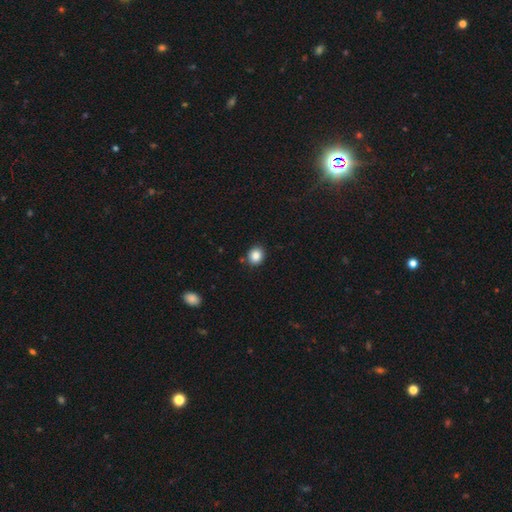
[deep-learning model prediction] Smooth or featured?
  - smooth: 85% *
  - star or artifact: 10%
  - featured or disk: 5%
How rounded?
  - round: 78% *
  - in between: 21%
  - cigar-shaped: 1%
Merging?
  - none: 87% *
  - minor disturbance: 8%
  - merger: 3%
  - major disturbance: 2%